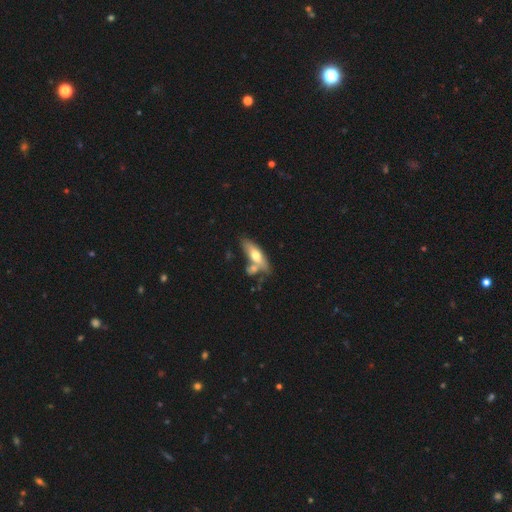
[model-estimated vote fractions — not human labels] Smooth or featured? Predicted: smooth (p=0.57). How rounded? Predicted: in between (p=0.56). Merging? Predicted: none (p=0.46).